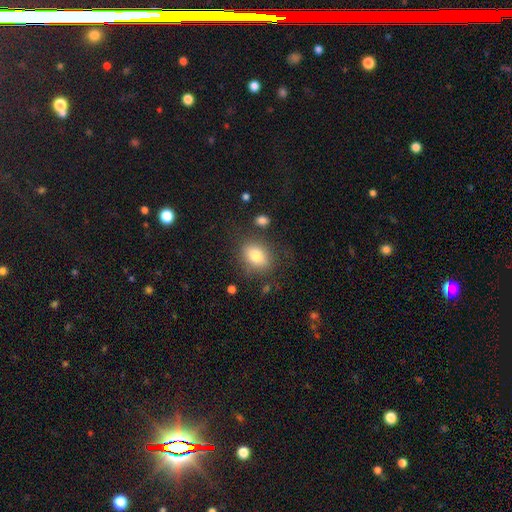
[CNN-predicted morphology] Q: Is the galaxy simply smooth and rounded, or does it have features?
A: smooth — 77%.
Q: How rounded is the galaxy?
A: in between — 63%.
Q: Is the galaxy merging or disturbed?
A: none — 77%.